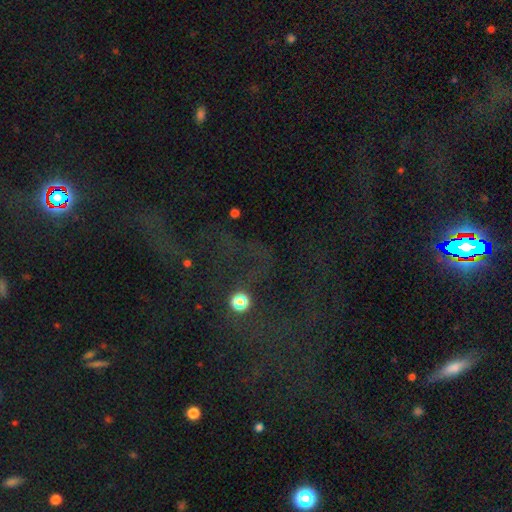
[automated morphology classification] The model was most divided on "smooth or featured": star or artifact: 66%, smooth: 17%, featured or disk: 17%.